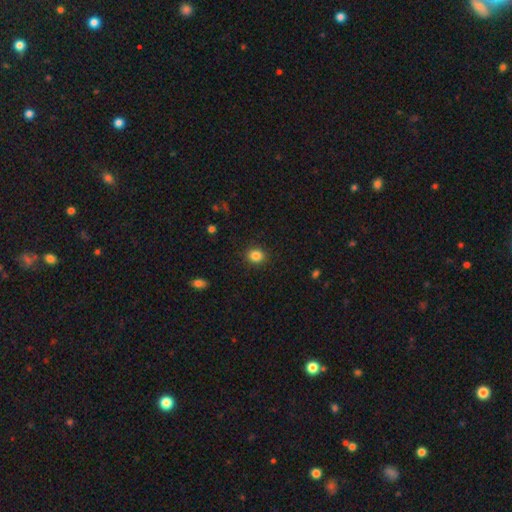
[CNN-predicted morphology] The model was most divided on "how rounded": round: 73%, in between: 26%, cigar-shaped: 1%. More confident: merging — none (90%); smooth or featured — smooth (85%).